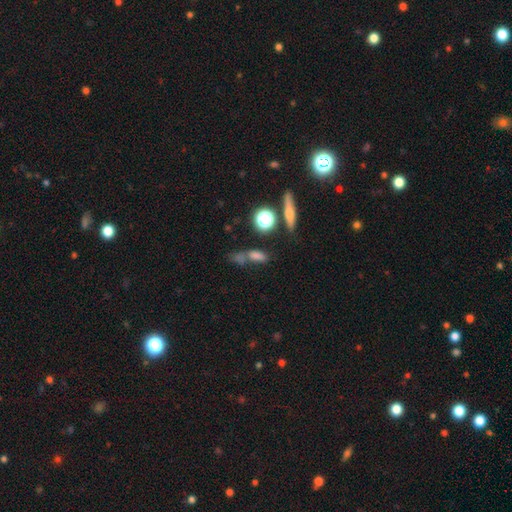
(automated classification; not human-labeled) Smooth or featured? Predicted: smooth (p=0.64). How rounded? Predicted: in between (p=0.46). Merging? Predicted: none (p=0.49).